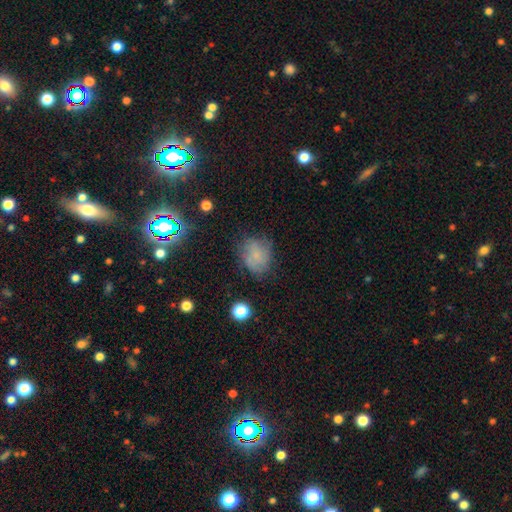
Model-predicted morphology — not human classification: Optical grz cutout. It shows a smooth galaxy with no disk features (57%) that is round (55%). Merging: none (67%).